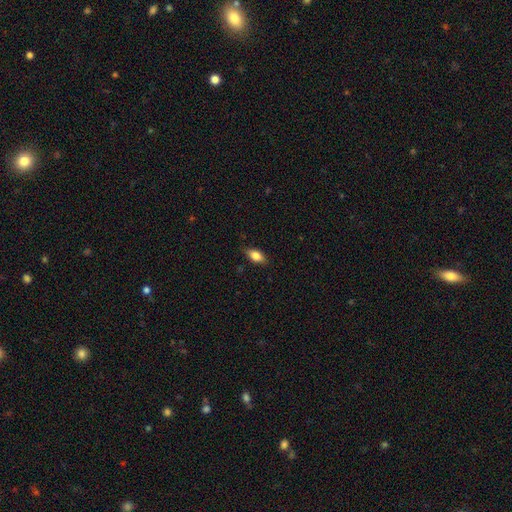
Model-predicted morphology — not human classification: Q: Smooth or featured?
A: smooth (77%); runner-up: featured or disk (15%)
Q: How rounded?
A: in between (84%); runner-up: cigar-shaped (11%)
Q: Merging?
A: none (82%); runner-up: minor disturbance (15%)